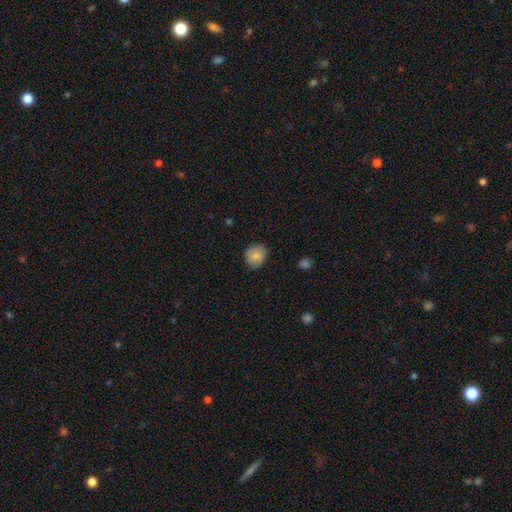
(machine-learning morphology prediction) smooth_or_featured: smooth (p=0.81) [alt: featured or disk p=0.11]
how_rounded: round (p=0.73) [alt: in between p=0.26]
merging: none (p=0.77) [alt: minor disturbance p=0.19]